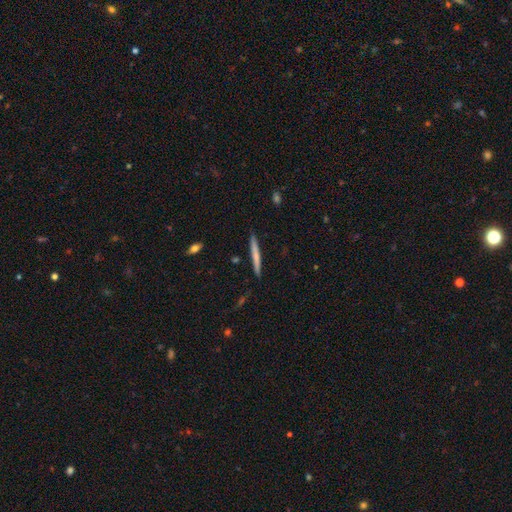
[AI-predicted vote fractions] This appears to be a smooth galaxy with no disk features (62%) that is cigar-shaped (96%). Merging: none (90%).